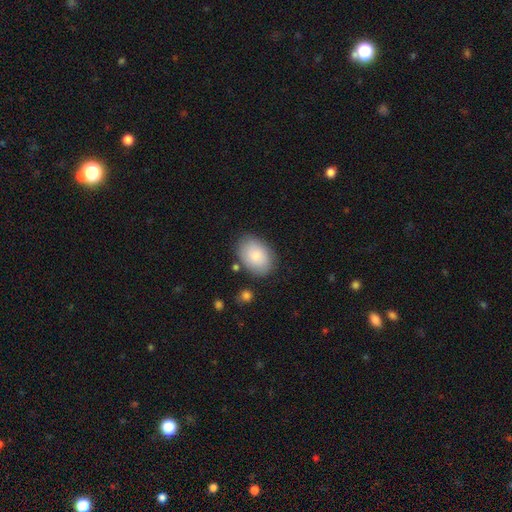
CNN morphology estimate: A smooth galaxy with no disk features (83%) that is in between round and cigar-shaped (85%). Merging: none (80%).